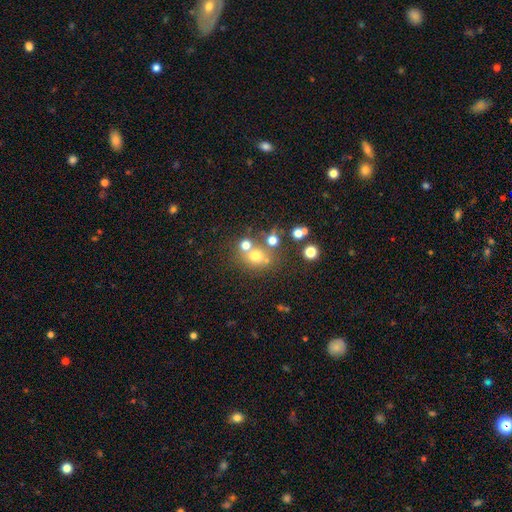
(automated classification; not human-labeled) smooth_or_featured: smooth (p=0.64) [alt: star or artifact p=0.21]
how_rounded: round (p=0.75) [alt: in between p=0.24]
merging: none (p=0.55) [alt: merger p=0.28]